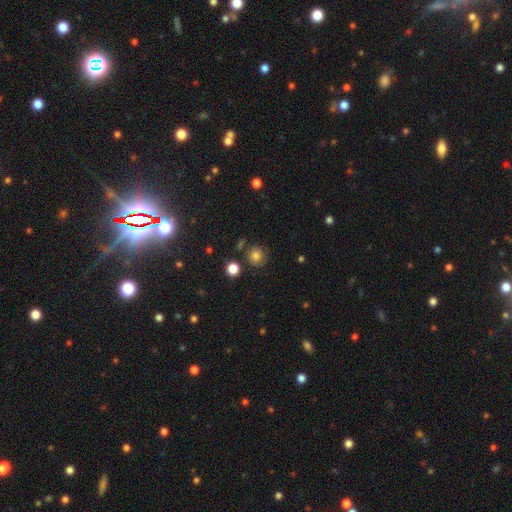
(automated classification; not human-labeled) Overall: smooth (76%). How rounded: round (89%). Merging: none (77%).